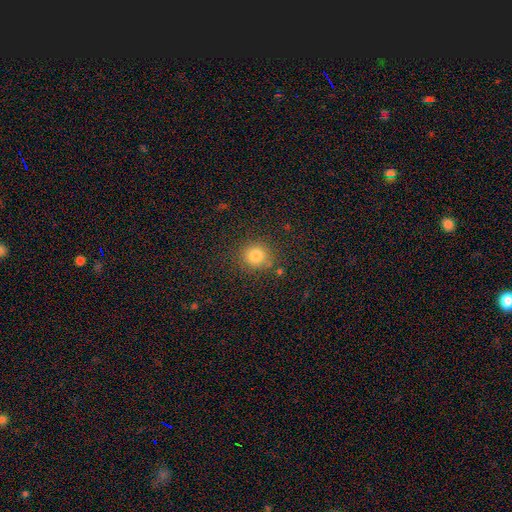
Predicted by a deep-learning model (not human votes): A smooth galaxy with no disk features (81%) that is round (89%).

Vote fractions:
- Smooth or featured? smooth: 81% / star or artifact: 13% / featured or disk: 6%
- How rounded? round: 89% / in between: 10% / cigar-shaped: 1%
- Merging? none: 82% / minor disturbance: 11% / merger: 4% / major disturbance: 4%